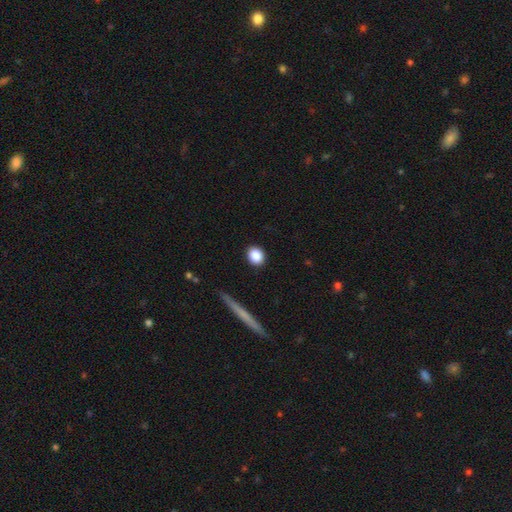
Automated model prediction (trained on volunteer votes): A smooth galaxy with no disk features (87%) that is round (78%). Merging: none (90%).